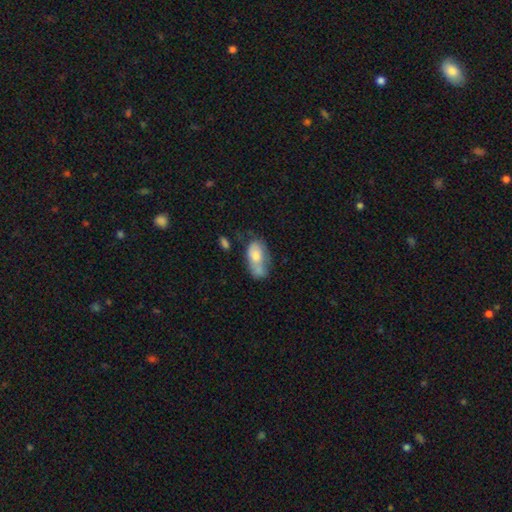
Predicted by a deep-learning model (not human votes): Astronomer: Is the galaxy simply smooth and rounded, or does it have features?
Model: smooth — 69%.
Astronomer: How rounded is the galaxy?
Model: in between — 89%.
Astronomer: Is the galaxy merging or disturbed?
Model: merger — 40% (runner-up: none, 26%).